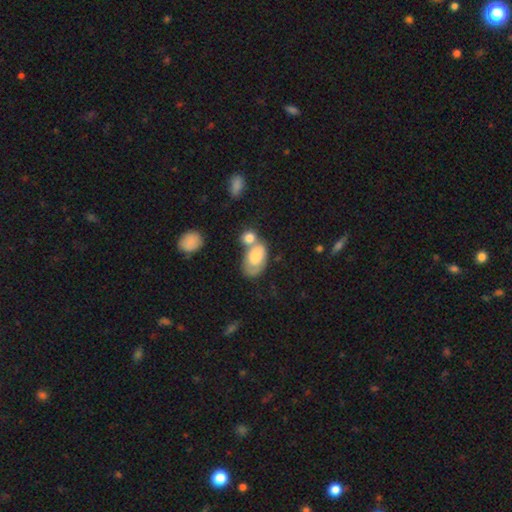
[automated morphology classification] This appears to be a smooth galaxy with no disk features (65%) that is in between round and cigar-shaped (88%). Merging: merger (50%).